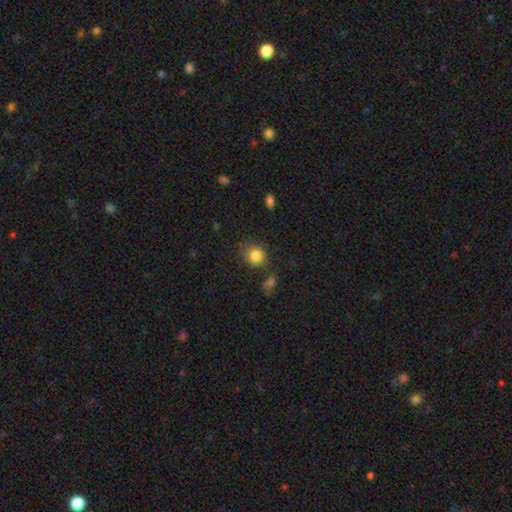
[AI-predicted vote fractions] smooth 84%, star or artifact 11%, featured or disk 6%. Down the decision tree: how rounded — round (81%); merging — none (75%).